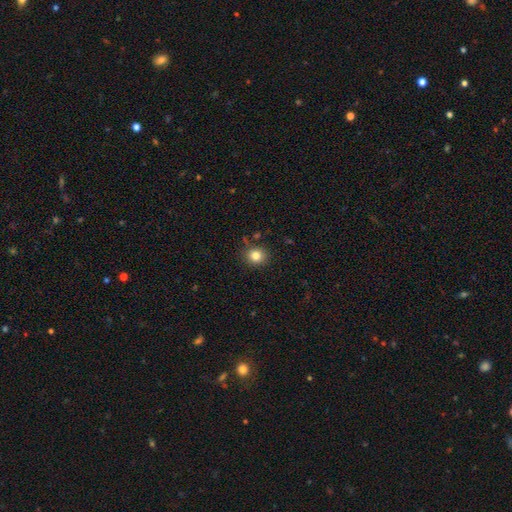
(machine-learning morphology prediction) A smooth galaxy with no disk features (81%) that is round (84%).

Vote fractions:
- Smooth or featured? smooth: 81% / star or artifact: 12% / featured or disk: 7%
- How rounded? round: 84% / in between: 15% / cigar-shaped: 1%
- Merging? none: 85% / minor disturbance: 9% / merger: 3% / major disturbance: 3%